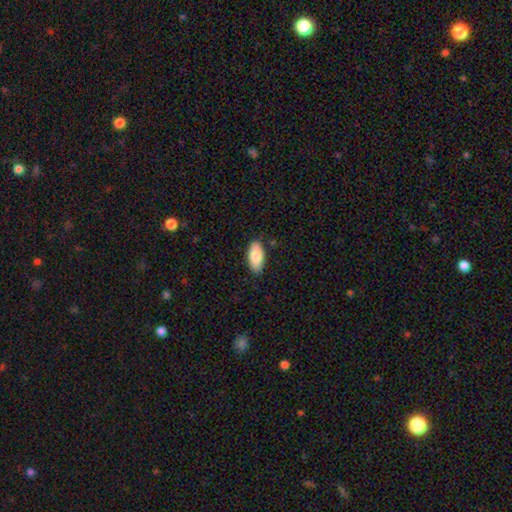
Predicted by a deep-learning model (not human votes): A smooth galaxy with no disk features (84%) that is in between round and cigar-shaped (92%). Merging: none (84%).